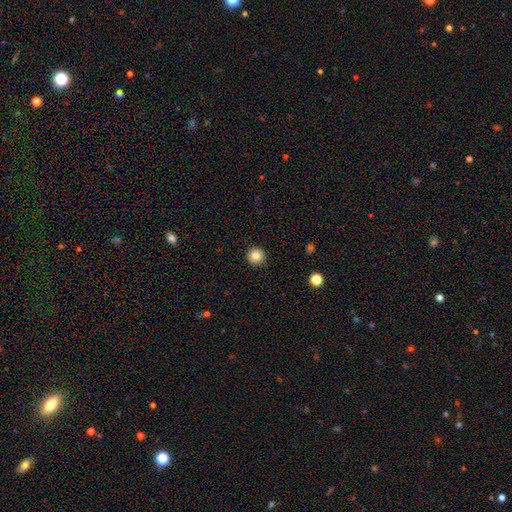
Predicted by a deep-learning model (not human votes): A smooth galaxy with no disk features (83%) that is round (95%). Merging: none (92%).